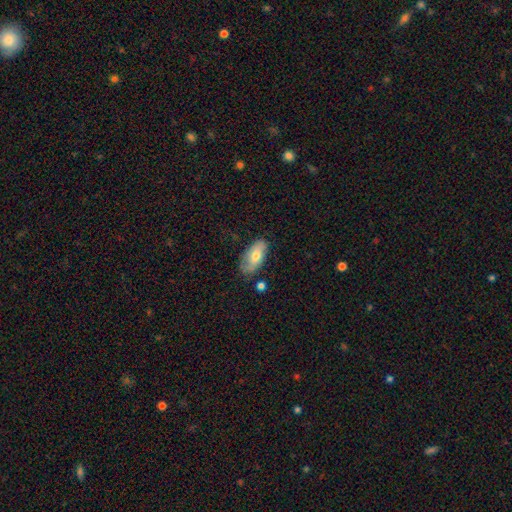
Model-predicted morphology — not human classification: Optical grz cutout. It shows a smooth galaxy with no disk features (66%) that is in between round and cigar-shaped (90%). Merging: none (74%).